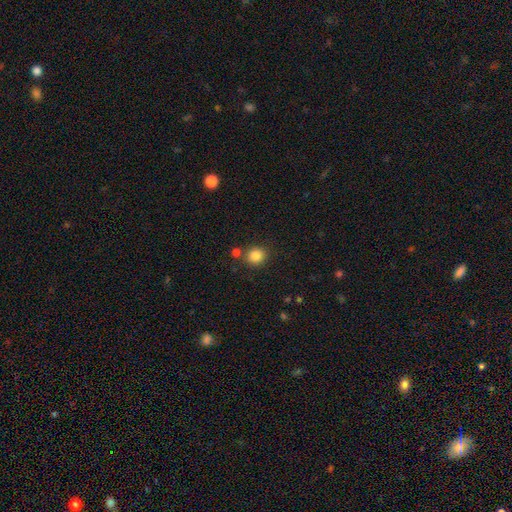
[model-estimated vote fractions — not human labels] Morphology: type=smooth (84%); roundness=round (85%); merging=none (81%).